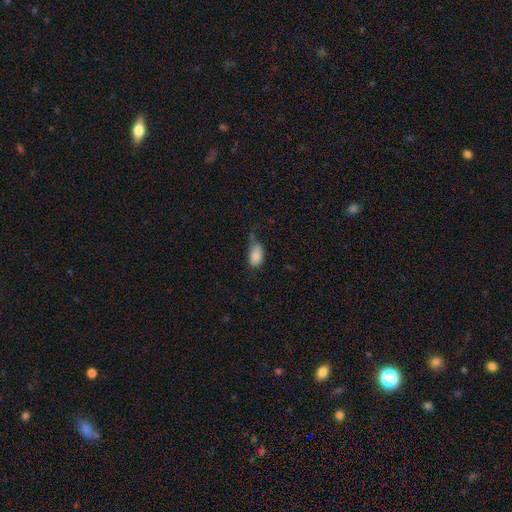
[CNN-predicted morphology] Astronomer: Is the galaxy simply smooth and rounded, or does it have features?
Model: smooth — 86%.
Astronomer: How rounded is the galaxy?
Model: in between — 92%.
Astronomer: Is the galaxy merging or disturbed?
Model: none — 43% (runner-up: minor disturbance, 35%).